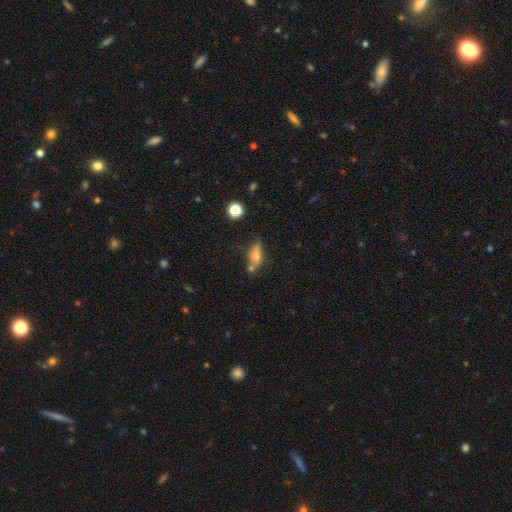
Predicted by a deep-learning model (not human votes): Q: Smooth or featured?
A: smooth (64%); runner-up: featured or disk (26%)
Q: How rounded?
A: in between (62%); runner-up: cigar-shaped (32%)
Q: Merging?
A: none (59%); runner-up: minor disturbance (20%)